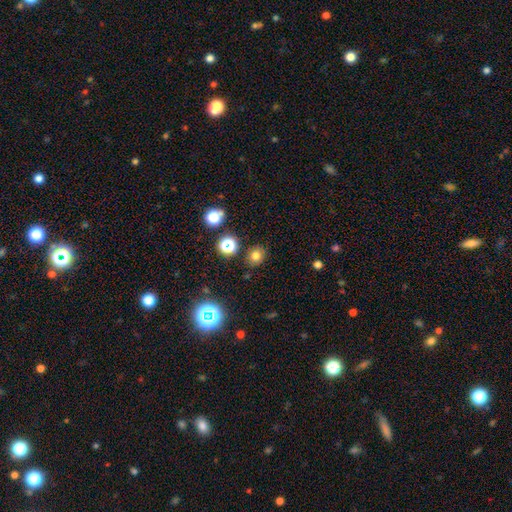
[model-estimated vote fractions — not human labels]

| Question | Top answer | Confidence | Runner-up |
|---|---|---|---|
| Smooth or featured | smooth | 74% | star or artifact (18%) |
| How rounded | round | 71% | in between (28%) |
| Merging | none | 84% | minor disturbance (10%) |